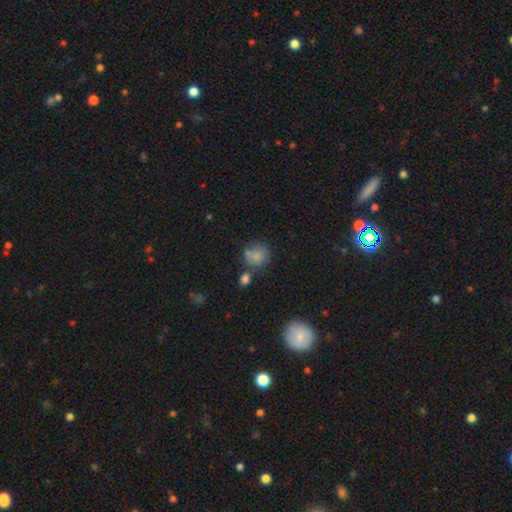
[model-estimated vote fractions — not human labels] Q: Smooth or featured?
A: smooth (80%); runner-up: star or artifact (11%)
Q: How rounded?
A: round (82%); runner-up: in between (17%)
Q: Merging?
A: none (56%); runner-up: merger (19%)